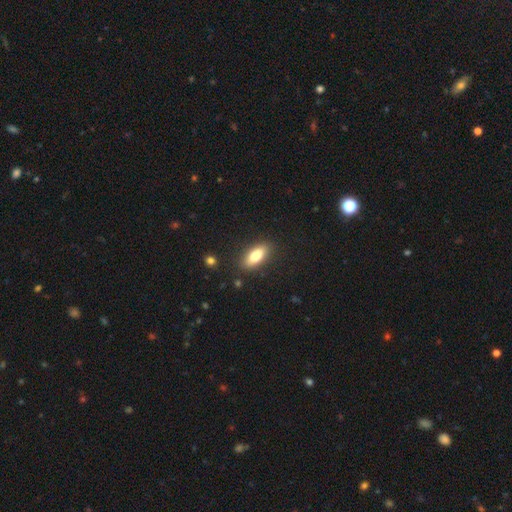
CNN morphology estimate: The model was most divided on "how rounded": in between: 77%, cigar-shaped: 20%, round: 3%. More confident: merging — none (86%); smooth or featured — smooth (78%).